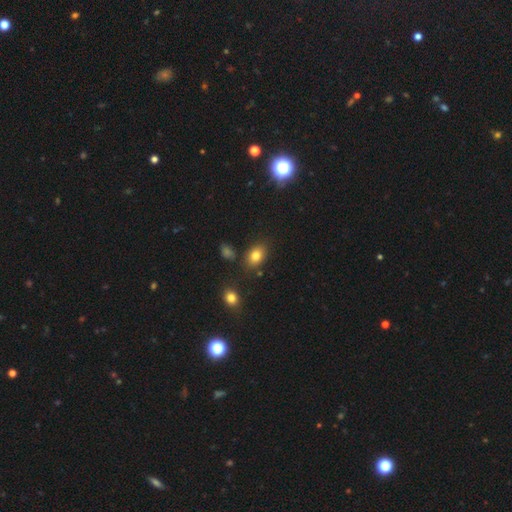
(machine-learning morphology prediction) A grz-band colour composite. It shows a smooth galaxy with no disk features (81%) that is in between round and cigar-shaped (74%). Merging: none (80%).